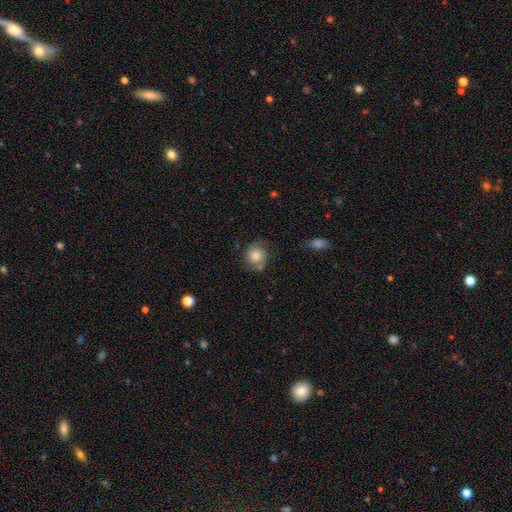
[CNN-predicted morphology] Smooth or featured? smooth (64%)
How rounded? round (83%)
Merging? none (65%)